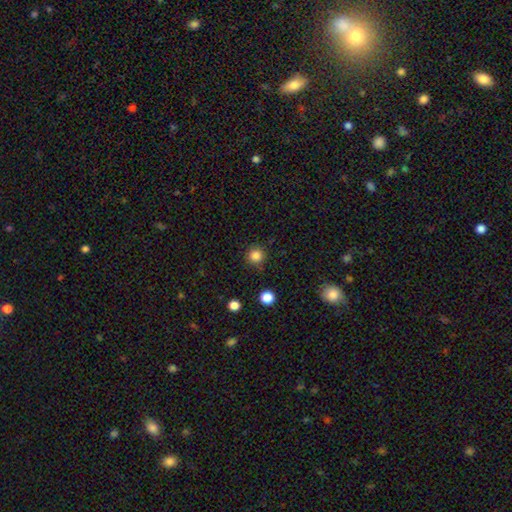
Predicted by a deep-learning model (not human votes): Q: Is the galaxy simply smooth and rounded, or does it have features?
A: smooth — 84%.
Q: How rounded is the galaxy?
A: round — 95%.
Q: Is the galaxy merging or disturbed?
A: none — 88%.